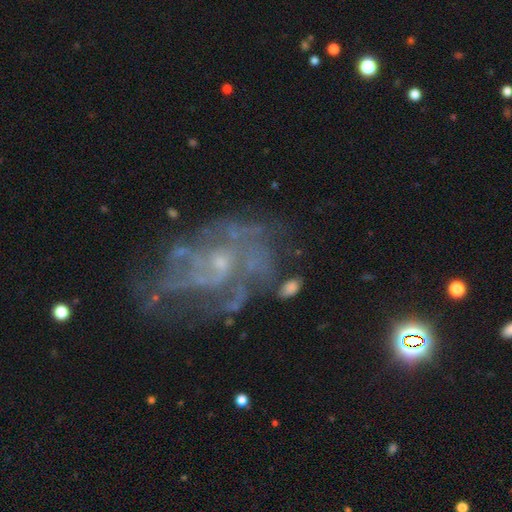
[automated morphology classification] This is clearly a featured or disk galaxy (81%). It is clearly not viewed edge-on (97%). Bar: likely no (74%). Spiral arm pattern: likely yes (79%). Spiral arm count: marginally can't tell (44%). Spiral winding: marginally medium (42%). Central bulge: likely small (67%). Merging: possibly none (49%).